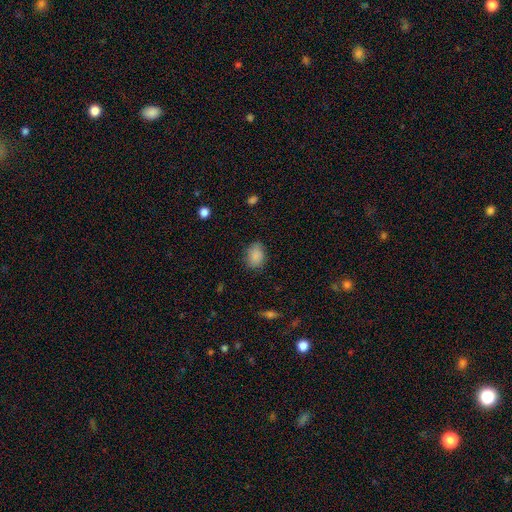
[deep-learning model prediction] This appears to be a smooth galaxy with no disk features (87%) that is in between round and cigar-shaped (65%). Merging: none (77%).